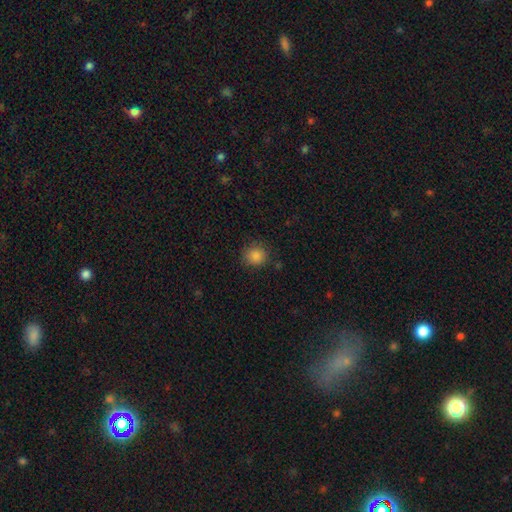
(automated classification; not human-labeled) smooth_or_featured: smooth (p=0.86) [alt: star or artifact p=0.11]
how_rounded: round (p=0.89) [alt: in between p=0.10]
merging: none (p=0.85) [alt: minor disturbance p=0.10]